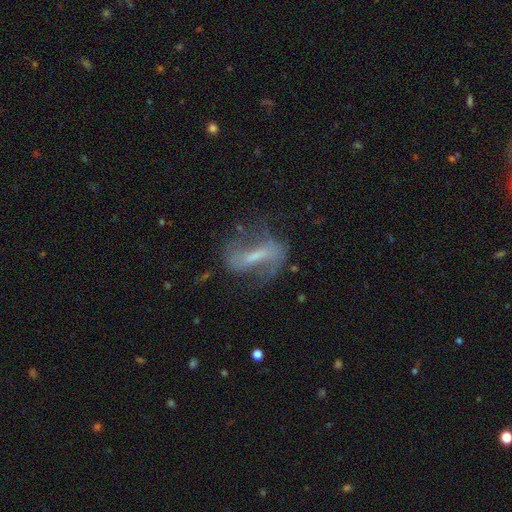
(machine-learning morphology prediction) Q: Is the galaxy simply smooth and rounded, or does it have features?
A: featured or disk — 70%.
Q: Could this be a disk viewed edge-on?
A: no — 87%.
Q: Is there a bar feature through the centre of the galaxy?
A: strong — 52%.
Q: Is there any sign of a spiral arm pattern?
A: yes — 76%.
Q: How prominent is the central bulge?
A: small — 39%.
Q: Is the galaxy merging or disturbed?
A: none — 57%.